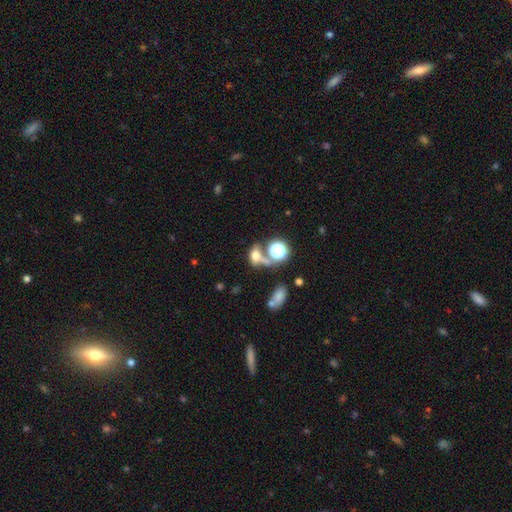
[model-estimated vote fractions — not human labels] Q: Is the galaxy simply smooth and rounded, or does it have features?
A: smooth — 58%.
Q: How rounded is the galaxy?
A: in between — 56%.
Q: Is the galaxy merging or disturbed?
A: none — 42%.